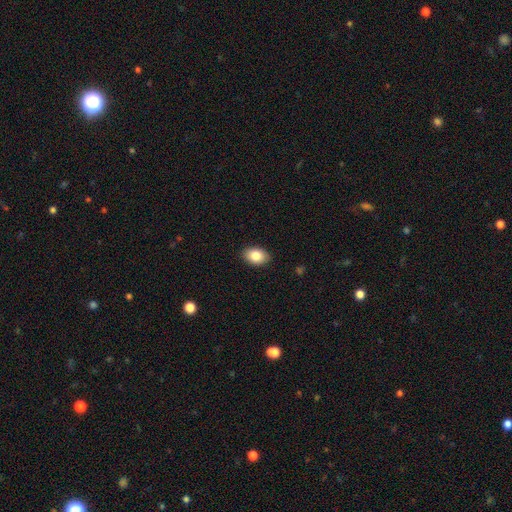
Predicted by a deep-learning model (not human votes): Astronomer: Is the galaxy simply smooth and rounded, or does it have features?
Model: smooth — 85%.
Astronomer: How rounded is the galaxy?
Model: in between — 83%.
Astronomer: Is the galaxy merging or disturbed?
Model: none — 89%.